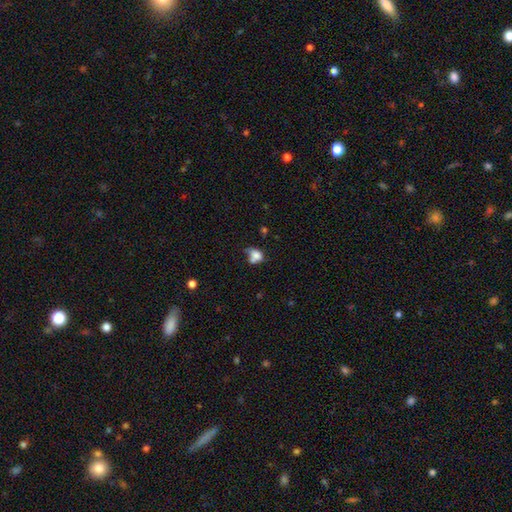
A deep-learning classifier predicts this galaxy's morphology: Overall: smooth (75%). How rounded: in between (52%; round 46%). Merging: none (33%; merger 26%).